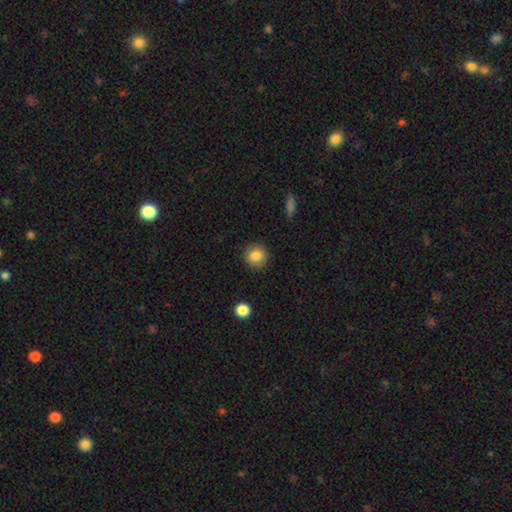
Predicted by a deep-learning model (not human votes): Smooth or featured? smooth (84%)
How rounded? round (91%)
Merging? none (89%)